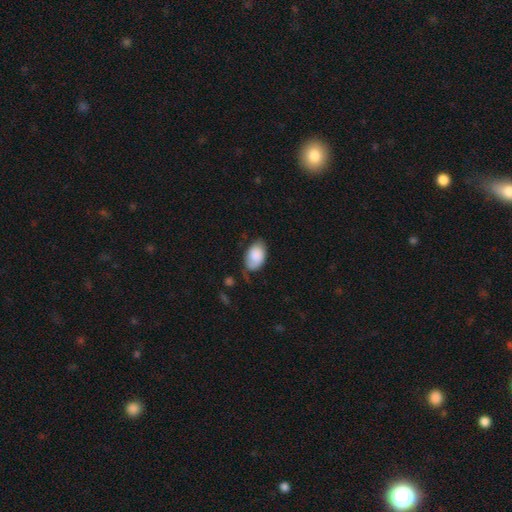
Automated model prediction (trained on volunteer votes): smooth-or-featured: smooth: 82% | featured or disk: 11% | star or artifact: 7%
  how-rounded: in between: 91% | round: 8% | cigar-shaped: 1%
  merging: none: 57% | minor disturbance: 32% | major disturbance: 9% | merger: 3%